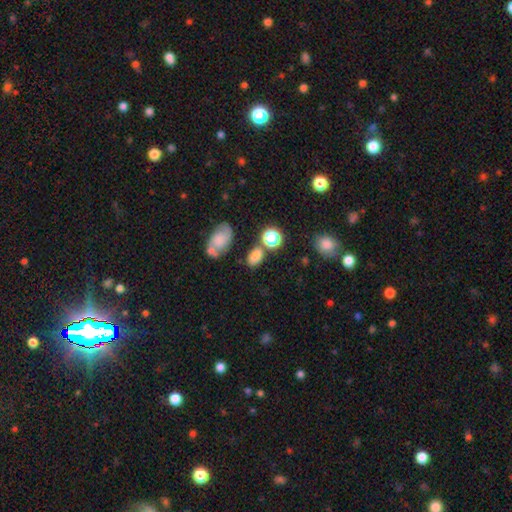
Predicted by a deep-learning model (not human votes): Smooth or featured?
  - smooth: 76% *
  - star or artifact: 14%
  - featured or disk: 9%
How rounded?
  - in between: 77% *
  - round: 20%
  - cigar-shaped: 2%
Merging?
  - none: 65% *
  - minor disturbance: 15%
  - merger: 14%
  - major disturbance: 5%